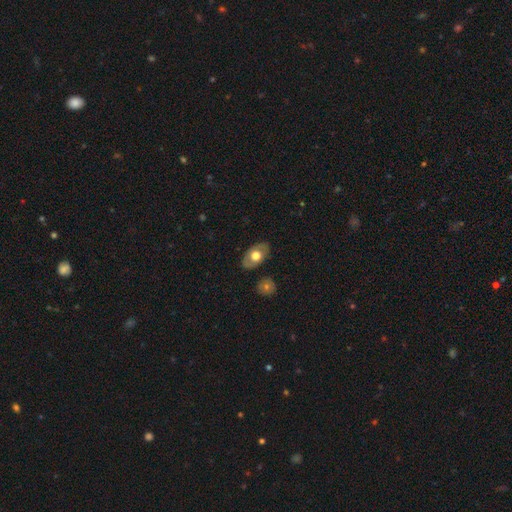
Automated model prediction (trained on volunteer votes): smooth-or-featured: smooth: 56% | featured or disk: 38% | star or artifact: 6%
  how-rounded: in between: 88% | round: 10% | cigar-shaped: 2%
  merging: none: 84% | minor disturbance: 11% | major disturbance: 3% | merger: 2%